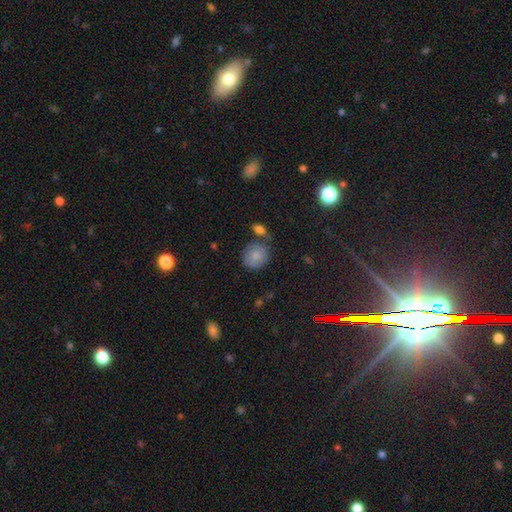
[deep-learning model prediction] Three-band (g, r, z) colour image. It shows a smooth galaxy with no disk features (83%) that is round (80%). Merging: none (66%).